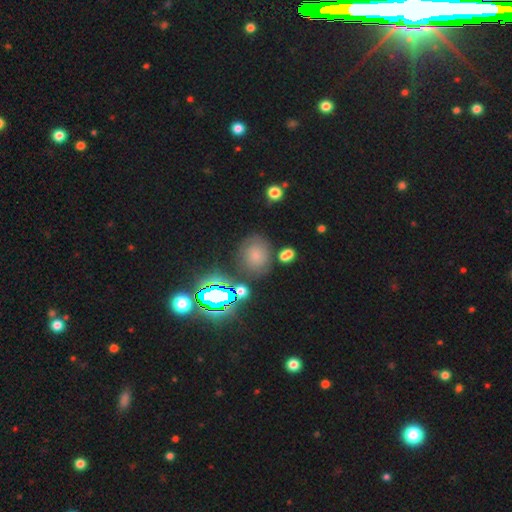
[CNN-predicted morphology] smooth-or-featured: smooth: 61% | star or artifact: 23% | featured or disk: 16%
  how-rounded: round: 63% | in between: 36% | cigar-shaped: 1%
  merging: none: 72% | minor disturbance: 16% | major disturbance: 6% | merger: 6%